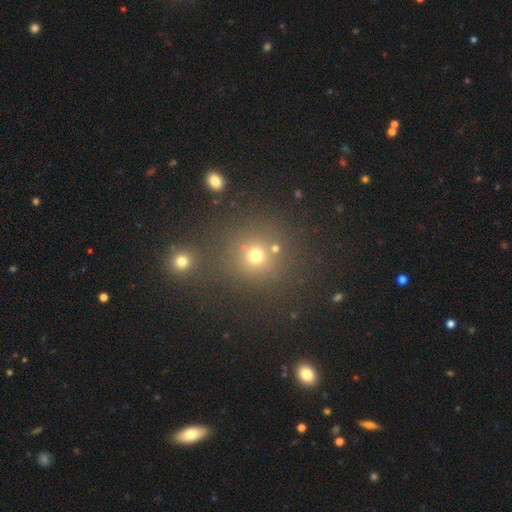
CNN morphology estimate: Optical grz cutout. It shows a smooth galaxy with no disk features (70%) that is round (89%). Merging: none (74%).